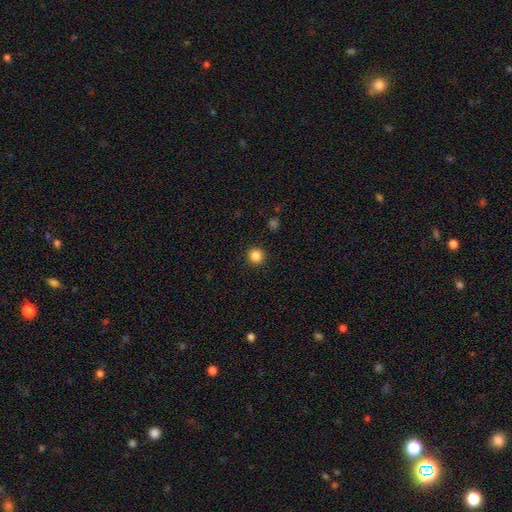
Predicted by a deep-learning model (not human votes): Smooth or featured: smooth — 85% (star or artifact — 12%)
How rounded: round — 95% (in between — 4%)
Merging: none — 93% (minor disturbance — 5%)